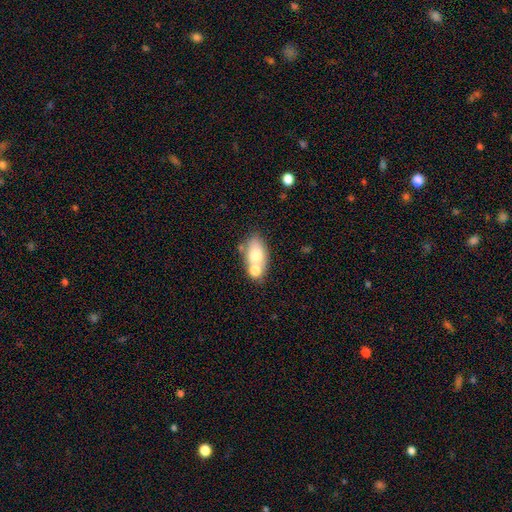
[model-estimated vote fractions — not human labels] smooth 67%, featured or disk 24%, star or artifact 9%. Down the decision tree: how rounded — in between (84%); merging — merger (41%, tied with none).